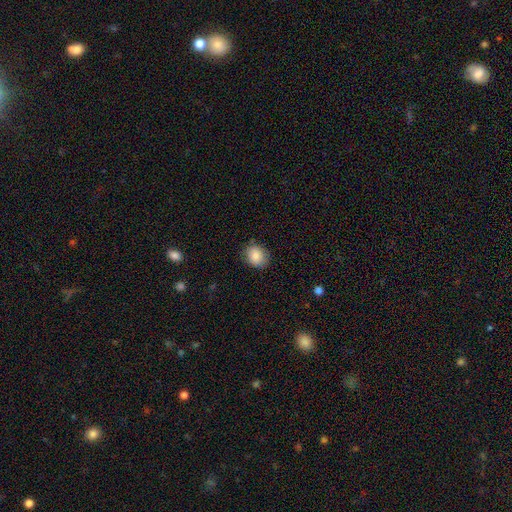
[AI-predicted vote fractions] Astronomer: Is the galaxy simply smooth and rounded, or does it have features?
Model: smooth — 85%.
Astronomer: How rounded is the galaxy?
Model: round — 58% (runner-up: in between, 41%).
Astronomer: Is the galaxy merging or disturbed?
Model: none — 82%.